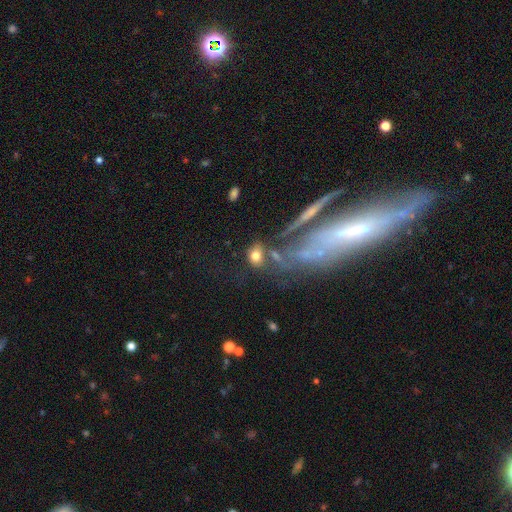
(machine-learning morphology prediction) smooth-or-featured: smooth: 73% | featured or disk: 17% | star or artifact: 10%
  how-rounded: in between: 63% | round: 34% | cigar-shaped: 3%
  merging: none: 55% | merger: 18% | minor disturbance: 17% | major disturbance: 10%